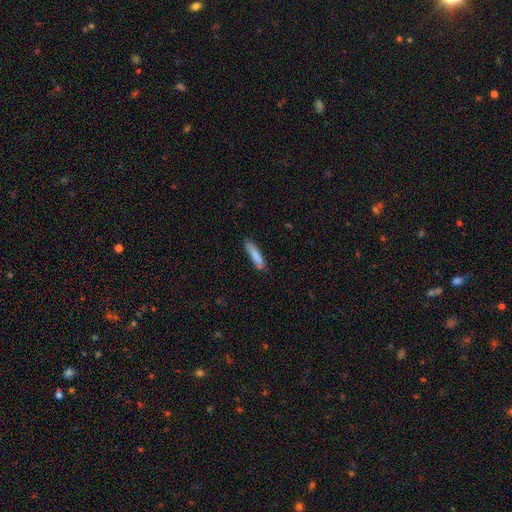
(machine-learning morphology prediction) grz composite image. It shows a smooth galaxy with no disk features (84%) that is cigar-shaped (83%). Merging: none (80%).